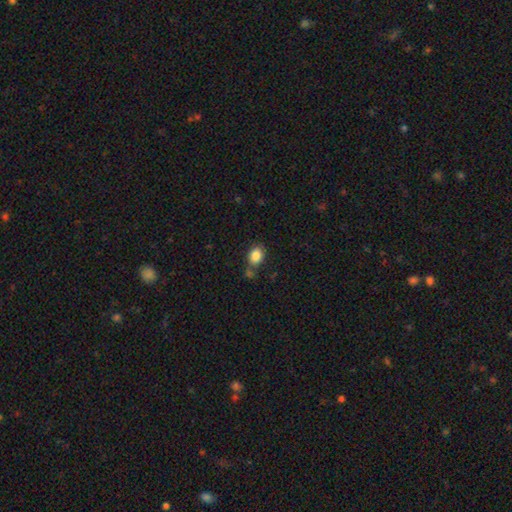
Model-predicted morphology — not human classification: smooth 85%, star or artifact 9%, featured or disk 6%. Down the decision tree: how rounded — in between (67%); merging — none (65%).